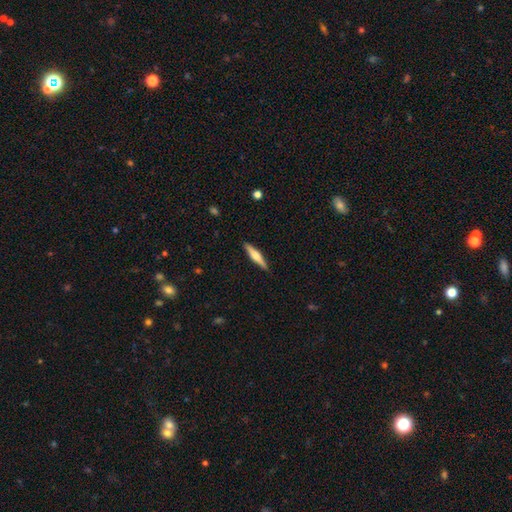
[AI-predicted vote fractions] Overall: featured or disk (53%; smooth 41%). Edge-on disk: yes (97%). Edge-on bulge: rounded (81%). Merging: none (90%).